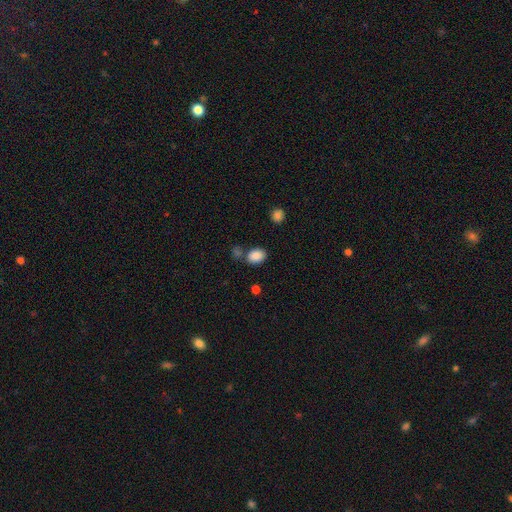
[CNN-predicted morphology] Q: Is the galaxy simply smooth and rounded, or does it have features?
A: smooth — 87%.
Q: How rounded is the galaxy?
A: in between — 73%.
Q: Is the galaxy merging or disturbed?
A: none — 68%.